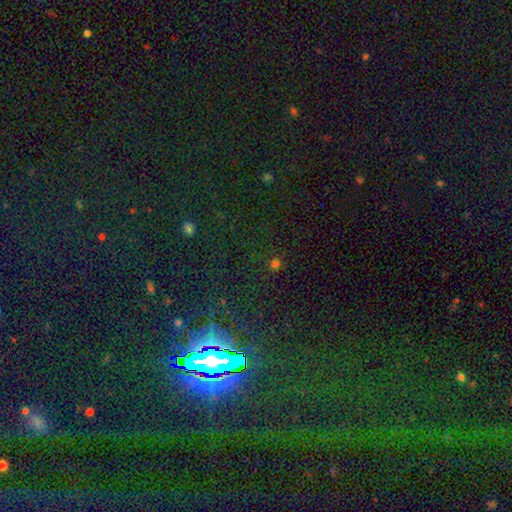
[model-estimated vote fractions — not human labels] Morphology: type=star or artifact (83%).